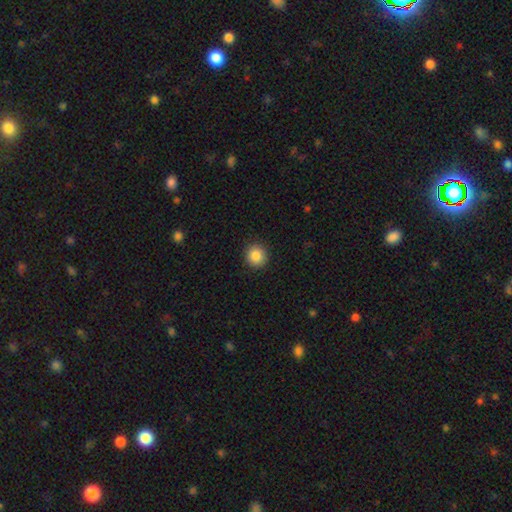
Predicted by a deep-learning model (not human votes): Smooth or featured? smooth (86%)
How rounded? round (91%)
Merging? none (91%)